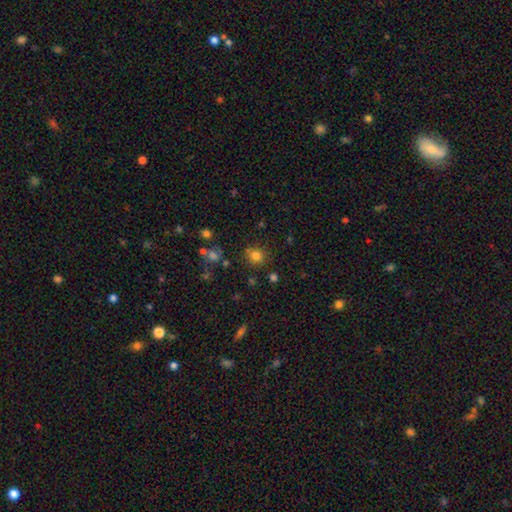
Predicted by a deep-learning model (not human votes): A smooth galaxy with no disk features (78%) that is round (85%).

Vote fractions:
- Smooth or featured? smooth: 78% / star or artifact: 15% / featured or disk: 6%
- How rounded? round: 85% / in between: 14% / cigar-shaped: 1%
- Merging? none: 81% / minor disturbance: 10% / merger: 5% / major disturbance: 4%